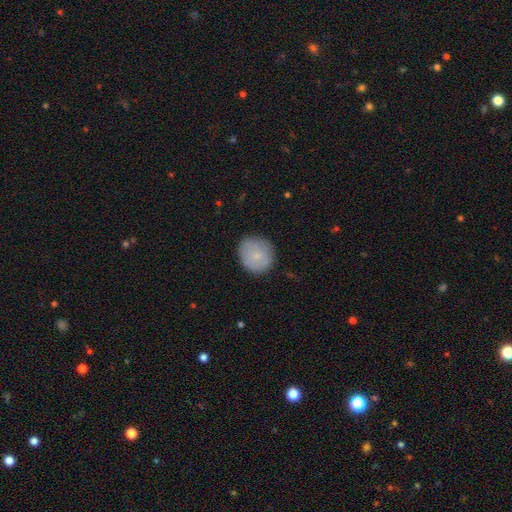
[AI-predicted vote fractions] A smooth galaxy with no disk features (79%) that is round (88%). Merging: none (84%).